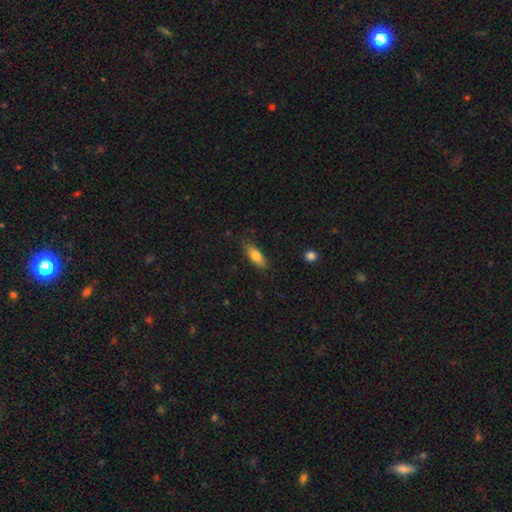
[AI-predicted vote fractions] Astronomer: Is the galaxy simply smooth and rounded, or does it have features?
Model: smooth — 77%.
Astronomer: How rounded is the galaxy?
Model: in between — 68%.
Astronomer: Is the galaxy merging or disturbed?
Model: none — 80%.